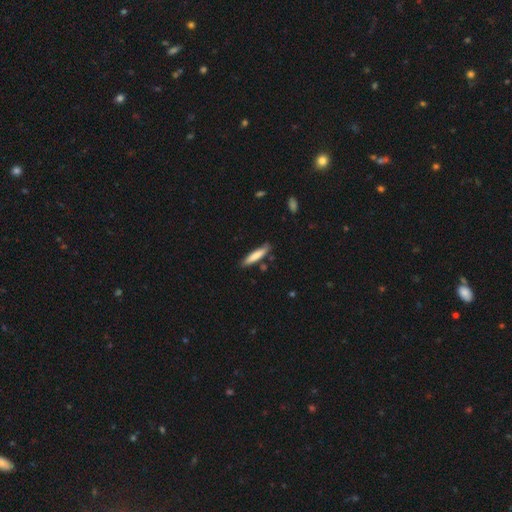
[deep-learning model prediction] Smooth or featured? smooth (77%)
How rounded? cigar-shaped (87%)
Merging? none (82%)